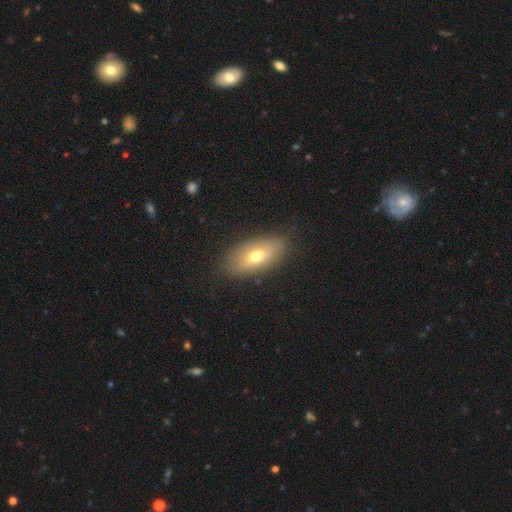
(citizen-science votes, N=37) smooth-or-featured: smooth: 49% | featured or disk: 46% | star or artifact: 5%
  how-rounded: in between: 83% | cigar-shaped: 17% | round: 0%
  merging: none: 77% | minor disturbance: 11% | major disturbance: 6% | merger: 6%